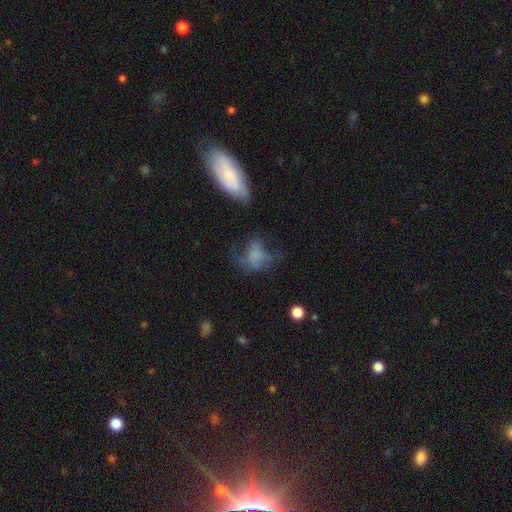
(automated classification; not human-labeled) Smooth or featured? smooth (57%)
How rounded? in between (59%)
Merging? major disturbance (39%)